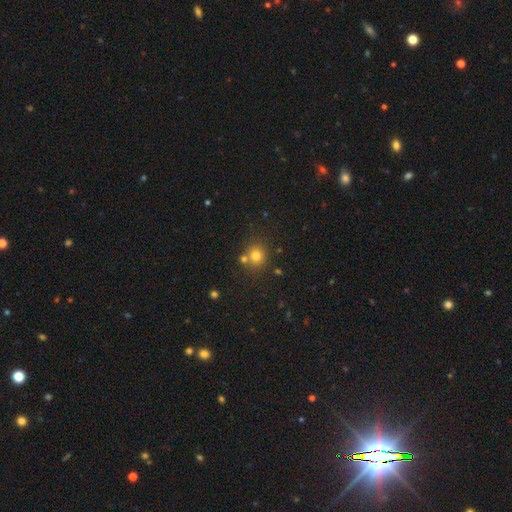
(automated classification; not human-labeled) smooth-or-featured: smooth: 77% | star or artifact: 15% | featured or disk: 8%
  how-rounded: round: 87% | in between: 12% | cigar-shaped: 1%
  merging: none: 70% | merger: 17% | minor disturbance: 10% | major disturbance: 3%